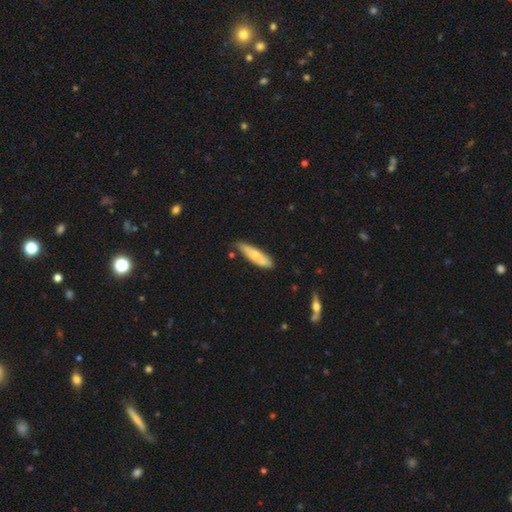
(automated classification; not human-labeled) Morphology: type=smooth (65%); roundness=cigar-shaped (66%); merging=none (71%).